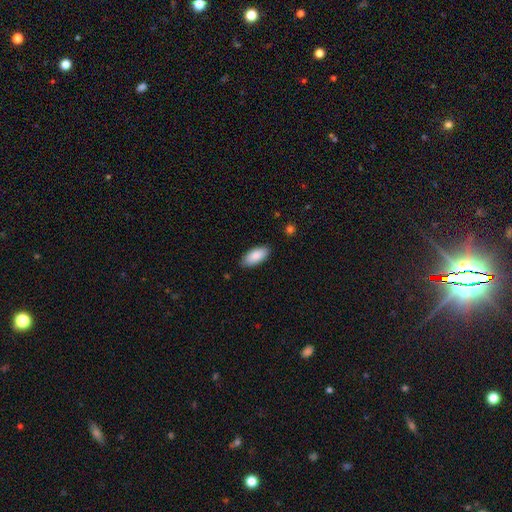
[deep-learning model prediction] A smooth galaxy with no disk features (88%) that is in between round and cigar-shaped (90%).

Vote fractions:
- Smooth or featured? smooth: 88% / featured or disk: 6% / star or artifact: 6%
- How rounded? in between: 90% / cigar-shaped: 9% / round: 2%
- Merging? none: 87% / minor disturbance: 10% / major disturbance: 2% / merger: 1%